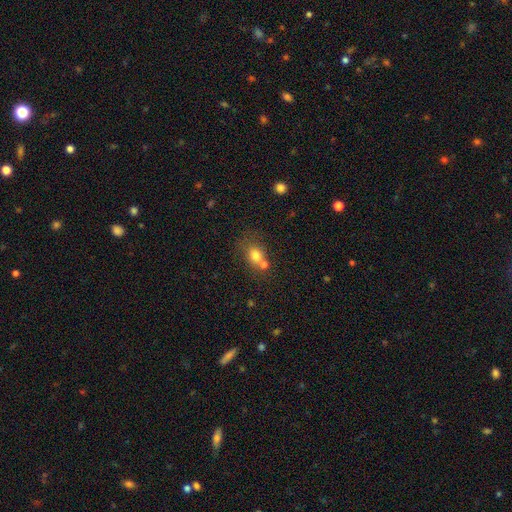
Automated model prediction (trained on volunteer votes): Overall: smooth (75%). How rounded: round (61%; in between 38%). Merging: none (44%; merger 39%).